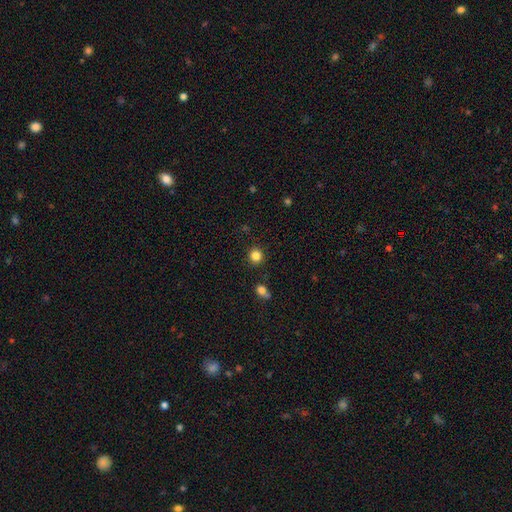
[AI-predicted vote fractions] A smooth galaxy with no disk features (85%) that is round (90%).

Vote fractions:
- Smooth or featured? smooth: 85% / star or artifact: 11% / featured or disk: 4%
- How rounded? round: 90% / in between: 9% / cigar-shaped: 1%
- Merging? none: 88% / minor disturbance: 7% / merger: 3% / major disturbance: 2%